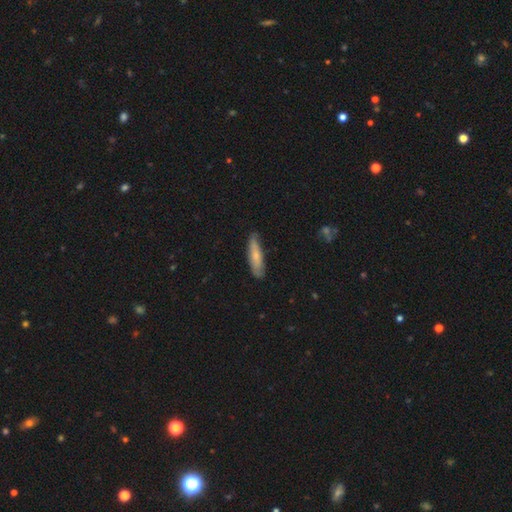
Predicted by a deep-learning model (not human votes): Smooth or featured?
  - smooth: 68% *
  - featured or disk: 27%
  - star or artifact: 6%
How rounded?
  - cigar-shaped: 71% *
  - in between: 28%
  - round: 2%
Merging?
  - none: 73% *
  - minor disturbance: 22%
  - major disturbance: 4%
  - merger: 2%